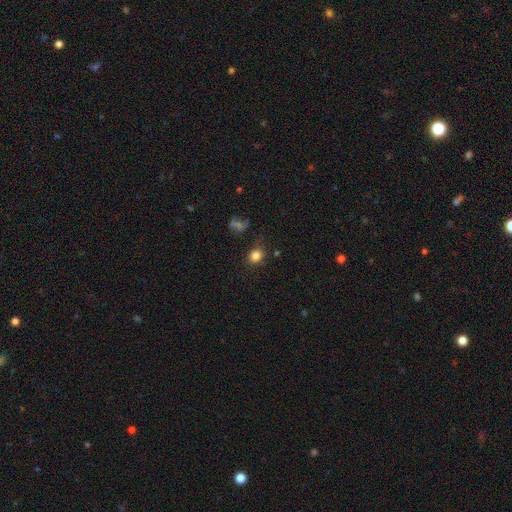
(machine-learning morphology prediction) A smooth galaxy with no disk features (82%) that is round (64%).

Vote fractions:
- Smooth or featured? smooth: 82% / star or artifact: 12% / featured or disk: 6%
- How rounded? round: 64% / in between: 35% / cigar-shaped: 1%
- Merging? none: 77% / minor disturbance: 15% / major disturbance: 5% / merger: 3%